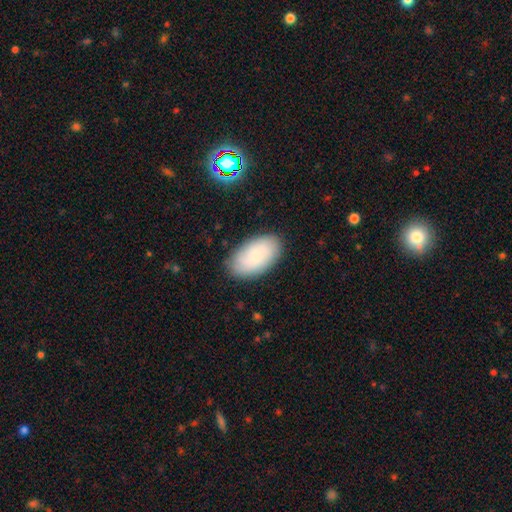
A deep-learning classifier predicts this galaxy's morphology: smooth_or_featured: smooth (p=0.77) [alt: featured or disk p=0.15]
how_rounded: in between (p=0.95) [alt: round p=0.04]
merging: none (p=0.85) [alt: minor disturbance p=0.11]